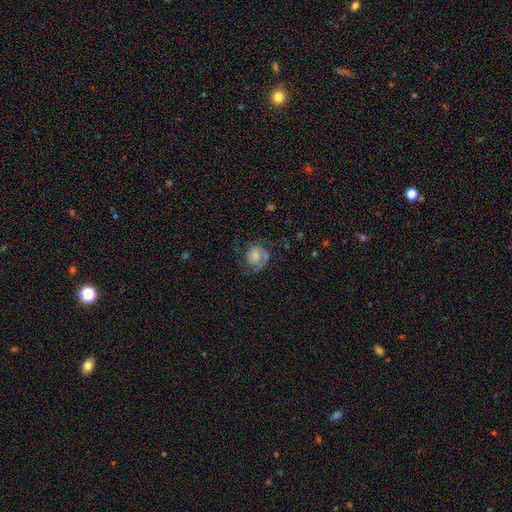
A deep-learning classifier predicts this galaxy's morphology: Smooth or featured: featured or disk — 57% (smooth — 34%)
Edge-on disk: no — 98% (yes — 2%)
Bar: no — 75% (weak — 21%)
Spiral arms: yes — 84% (no — 16%)
Bulge size: moderate — 32% (small — 29%)
Merging: none — 52% (major disturbance — 24%)